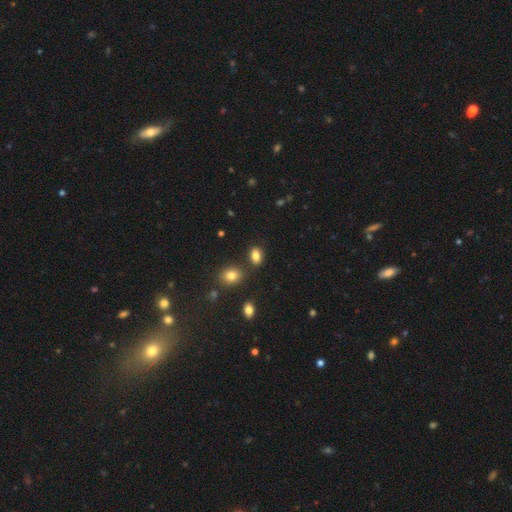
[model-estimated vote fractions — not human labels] Overall: smooth (84%). How rounded: in between (81%). Merging: none (78%).